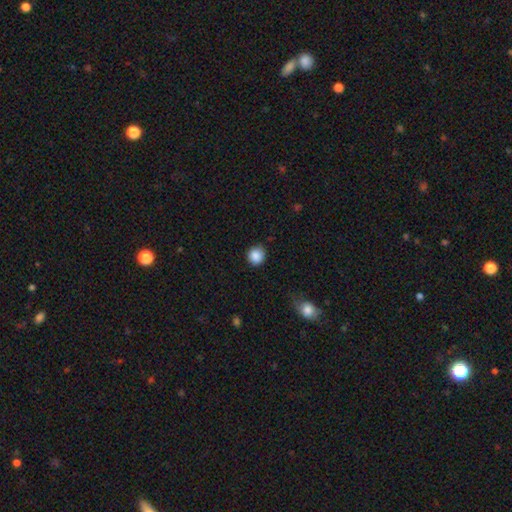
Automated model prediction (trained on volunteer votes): smooth-or-featured: smooth: 88% | star or artifact: 9% | featured or disk: 3%
  how-rounded: round: 88% | in between: 11% | cigar-shaped: 1%
  merging: none: 83% | minor disturbance: 13% | major disturbance: 3% | merger: 1%